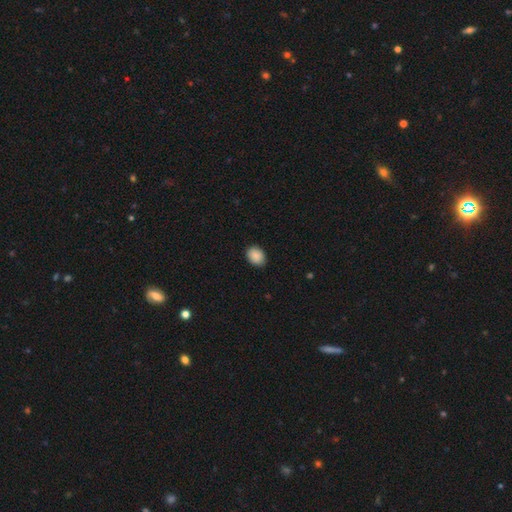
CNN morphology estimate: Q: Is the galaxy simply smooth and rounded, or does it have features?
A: smooth — 90%.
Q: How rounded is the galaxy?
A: in between — 64%.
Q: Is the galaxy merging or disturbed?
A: none — 87%.